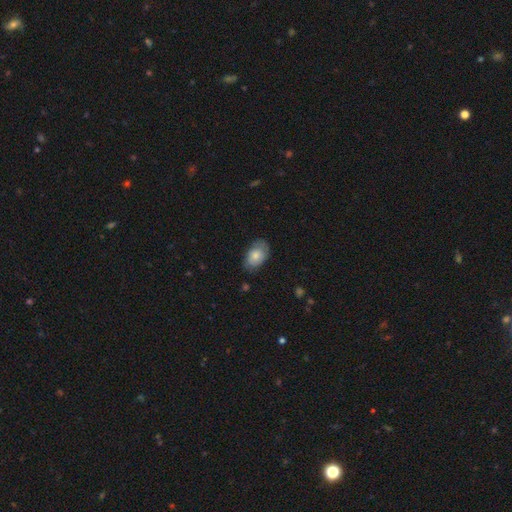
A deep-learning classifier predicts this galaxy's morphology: Smooth or featured? Predicted: smooth (p=0.70). How rounded? Predicted: in between (p=0.88). Merging? Predicted: none (p=0.70).